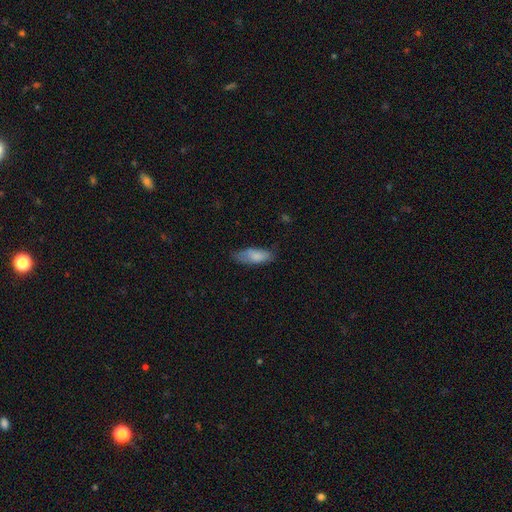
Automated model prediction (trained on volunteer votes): A smooth galaxy with no disk features (81%) that is in between round and cigar-shaped (75%).

Vote fractions:
- Smooth or featured? smooth: 81% / featured or disk: 12% / star or artifact: 6%
- How rounded? in between: 75% / cigar-shaped: 23% / round: 2%
- Merging? none: 63% / minor disturbance: 28% / major disturbance: 7% / merger: 2%